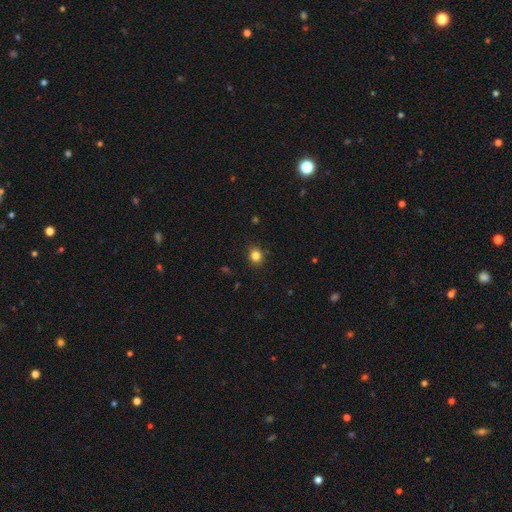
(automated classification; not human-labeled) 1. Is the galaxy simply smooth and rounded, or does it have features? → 83% smooth, 12% star or artifact, 4% featured or disk.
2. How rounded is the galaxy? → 80% round, 19% in between, 1% cigar-shaped.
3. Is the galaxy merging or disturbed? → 89% none, 8% minor disturbance, 2% major disturbance, 1% merger.